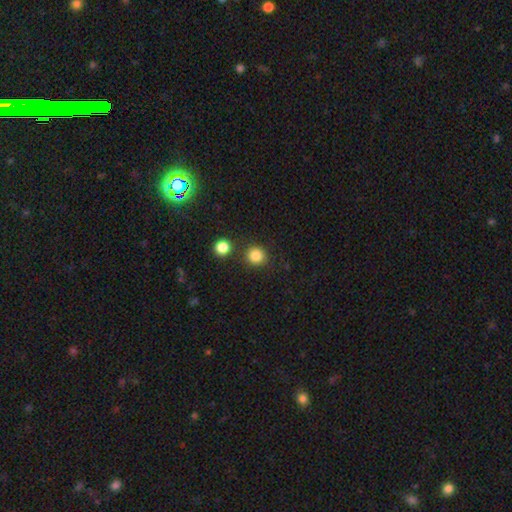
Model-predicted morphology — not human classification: Smooth or featured? smooth (84%)
How rounded? round (91%)
Merging? none (87%)